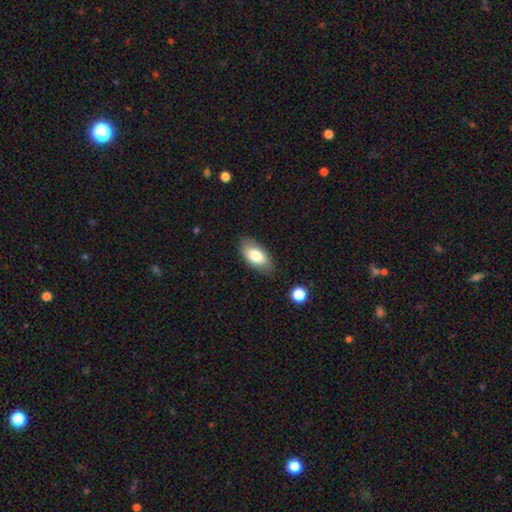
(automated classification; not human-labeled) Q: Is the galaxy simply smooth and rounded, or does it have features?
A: smooth — 77%.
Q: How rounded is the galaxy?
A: in between — 92%.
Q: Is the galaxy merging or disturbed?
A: none — 82%.